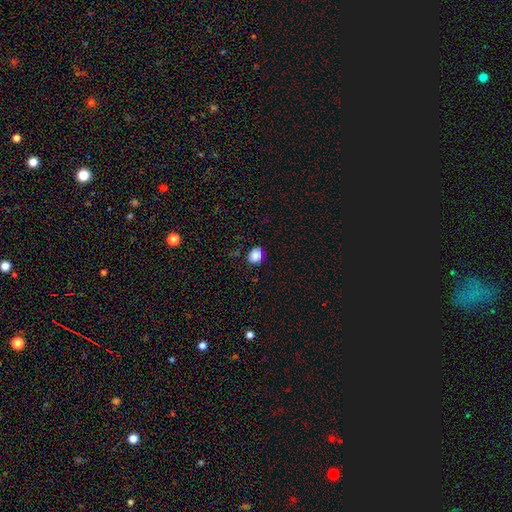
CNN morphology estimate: smooth_or_featured: smooth (p=0.83) [alt: star or artifact p=0.12]
how_rounded: round (p=0.64) [alt: in between p=0.35]
merging: none (p=0.78) [alt: minor disturbance p=0.17]